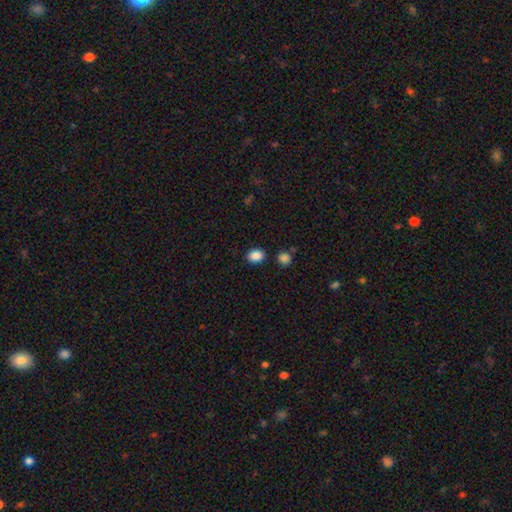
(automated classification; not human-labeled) Smooth or featured? Predicted: smooth (p=0.88). How rounded? Predicted: in between (p=0.65). Merging? Predicted: none (p=0.84).